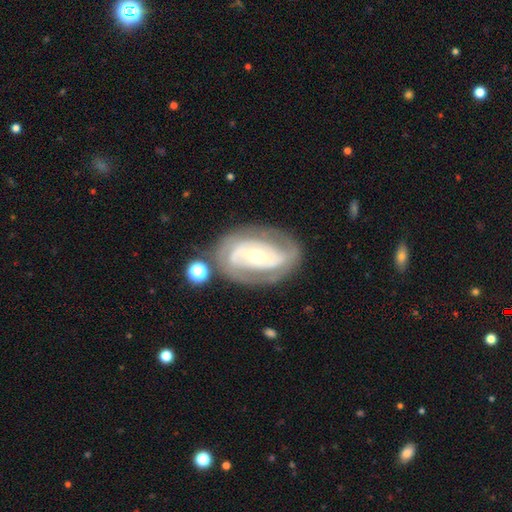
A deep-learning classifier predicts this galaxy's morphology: A featured or disk galaxy (82%) with no bar (43%), 2 (55%) tight (57%) spiral arms (84%) and a small central bulge (52%).

Vote fractions:
- Smooth or featured? featured or disk: 82% / smooth: 13% / star or artifact: 6%
- Edge-on disk? no: 95% / yes: 5%
- Bar? no: 43% / weak: 30% / strong: 27%
- Spiral arms? yes: 84% / no: 16%
- Spiral winding? tight: 57% / medium: 32% / loose: 11%
- Spiral arm count? 2: 55% / can't tell: 26% / 3: 9% / 1: 5% / 4: 3% / more than 4: 2%
- Bulge size? small: 52% / moderate: 43% / large: 3% / dominant: 1% / none: 1%
- Merging? none: 70% / minor disturbance: 17% / major disturbance: 9% / merger: 4%